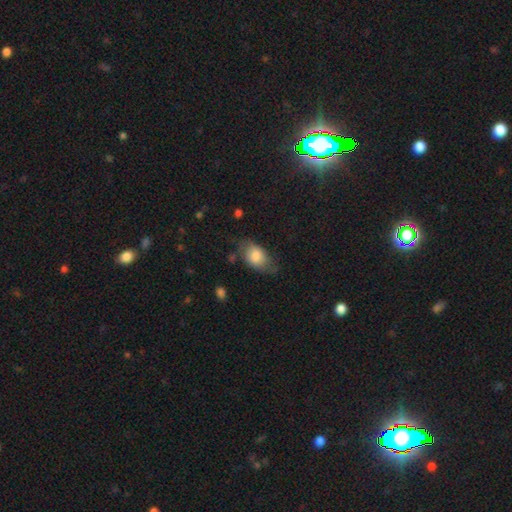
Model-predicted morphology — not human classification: Overall: smooth (77%). How rounded: in between (86%). Merging: none (54%; minor disturbance 32%).